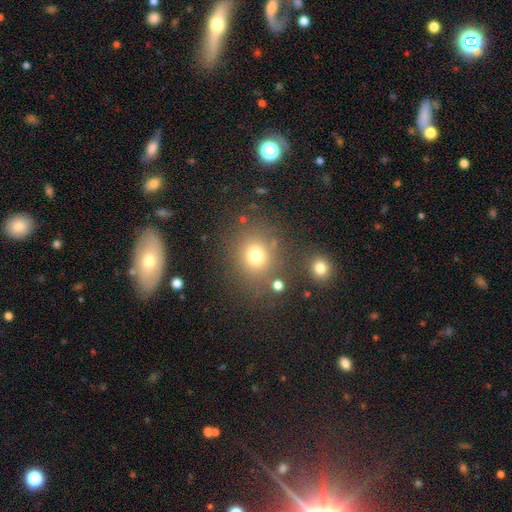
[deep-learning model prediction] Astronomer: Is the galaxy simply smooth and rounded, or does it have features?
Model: smooth — 72%.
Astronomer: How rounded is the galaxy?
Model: round — 79%.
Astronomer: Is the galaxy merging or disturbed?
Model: none — 77%.